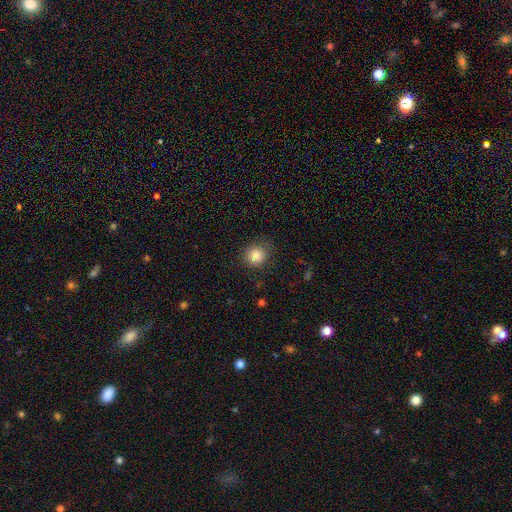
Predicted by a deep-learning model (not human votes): smooth 82%, star or artifact 11%, featured or disk 7%. Down the decision tree: how rounded — round (77%); merging — none (74%).